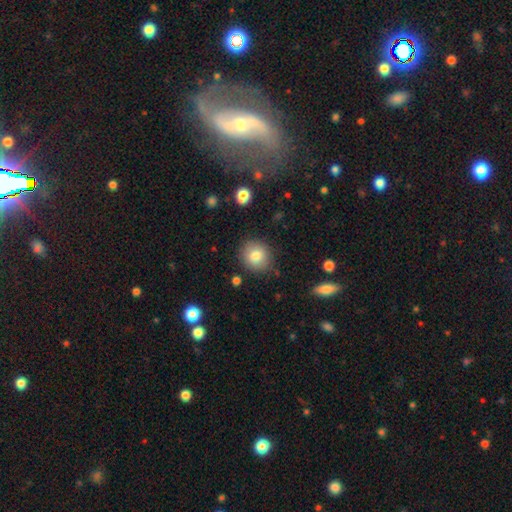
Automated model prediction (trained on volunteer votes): Smooth or featured: smooth — 81% (featured or disk — 10%)
How rounded: round — 84% (in between — 15%)
Merging: none — 86% (minor disturbance — 10%)